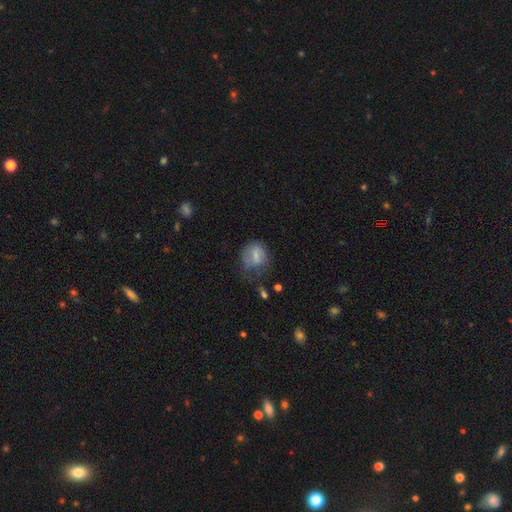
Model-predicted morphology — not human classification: Smooth or featured: smooth — 69% (featured or disk — 22%)
How rounded: round — 55% (in between — 43%)
Merging: none — 41% (minor disturbance — 30%)